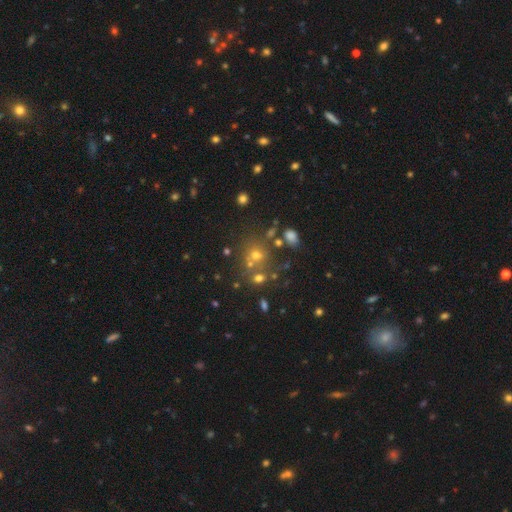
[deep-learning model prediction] Smooth or featured: smooth — 50% (star or artifact — 34%)
Merging: none — 59% (merger — 25%)